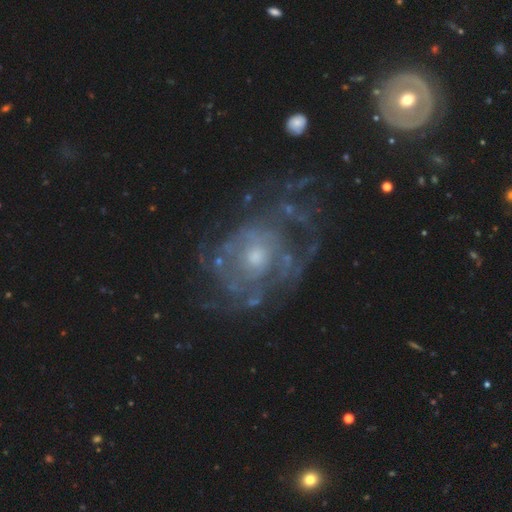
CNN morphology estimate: Smooth or featured?
  - featured or disk: 82% *
  - smooth: 10%
  - star or artifact: 8%
Edge-on disk?
  - no: 97% *
  - yes: 3%
Bar?
  - no: 83% *
  - weak: 14%
  - strong: 3%
Spiral arms?
  - yes: 73% *
  - no: 27%
Spiral winding?
  - tight: 55% *
  - medium: 30%
  - loose: 16%
Spiral arm count?
  - can't tell: 52% *
  - 2: 15%
  - 3: 11%
  - 4: 8%
  - more than 4: 7%
  - 1: 6%
Bulge size?
  - moderate: 52% *
  - small: 39%
  - large: 5%
  - none: 3%
  - dominant: 1%
Merging?
  - none: 59% *
  - major disturbance: 20%
  - minor disturbance: 18%
  - merger: 3%